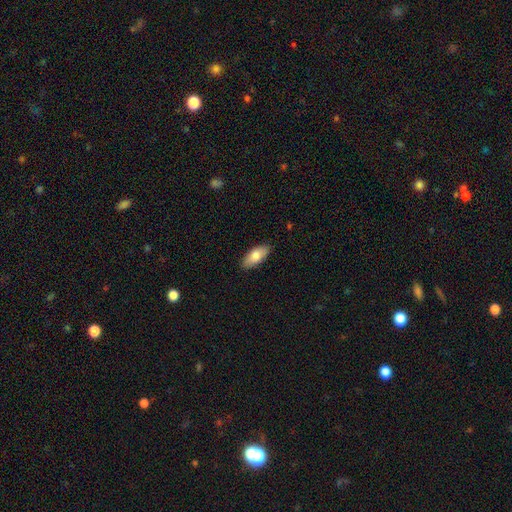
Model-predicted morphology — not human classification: This appears to be a smooth galaxy with no disk features (81%) that is in between round and cigar-shaped (87%). Merging: none (87%).